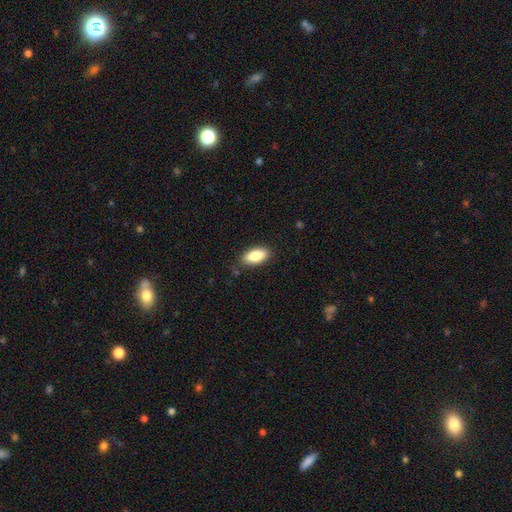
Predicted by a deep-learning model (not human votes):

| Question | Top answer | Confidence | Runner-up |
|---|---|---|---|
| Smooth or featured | smooth | 85% | featured or disk (8%) |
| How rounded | in between | 88% | cigar-shaped (9%) |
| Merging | none | 84% | minor disturbance (12%) |